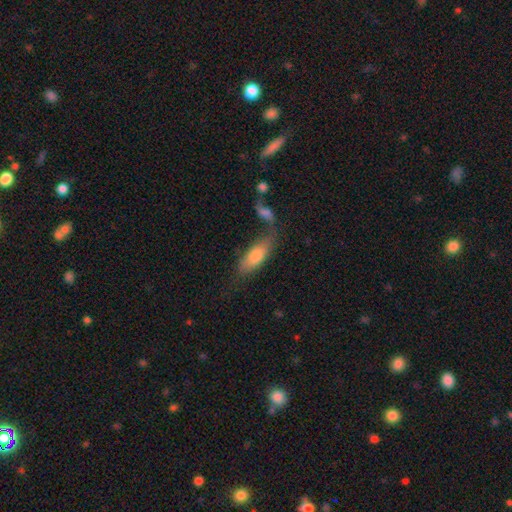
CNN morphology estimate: This appears to be a smooth galaxy with no disk features (70%) that is in between round and cigar-shaped (68%). Merging: none (43%).